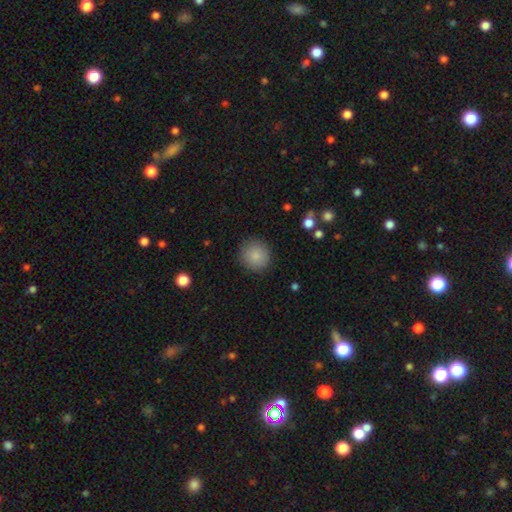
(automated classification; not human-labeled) The model was most divided on "smooth or featured": smooth: 86%, star or artifact: 8%, featured or disk: 5%. More confident: how rounded — round (90%); merging — none (88%).